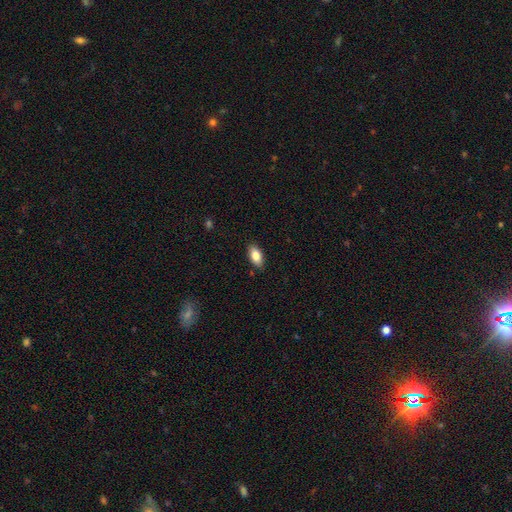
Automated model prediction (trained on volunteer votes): smooth 84%, featured or disk 9%, star or artifact 7%. Down the decision tree: how rounded — in between (90%); merging — none (87%).